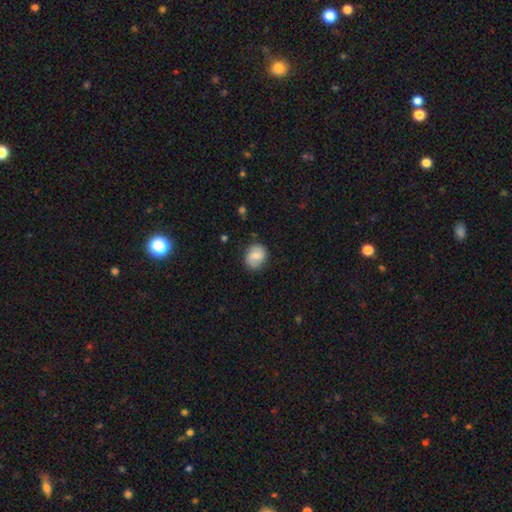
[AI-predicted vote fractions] Smooth or featured? smooth (58%)
How rounded? round (68%)
Merging? none (77%)